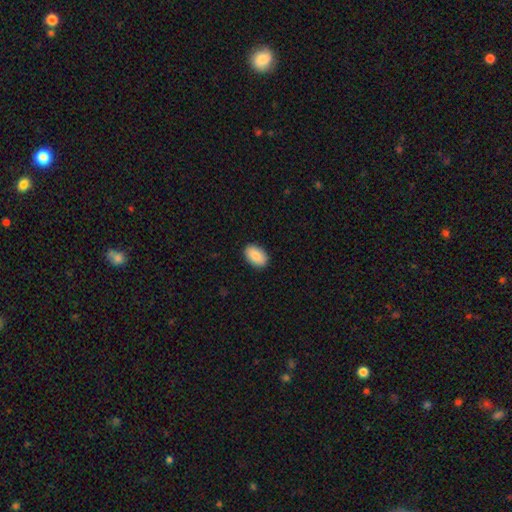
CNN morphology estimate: smooth 89%, star or artifact 6%, featured or disk 5%. Down the decision tree: how rounded — in between (92%); merging — none (90%).